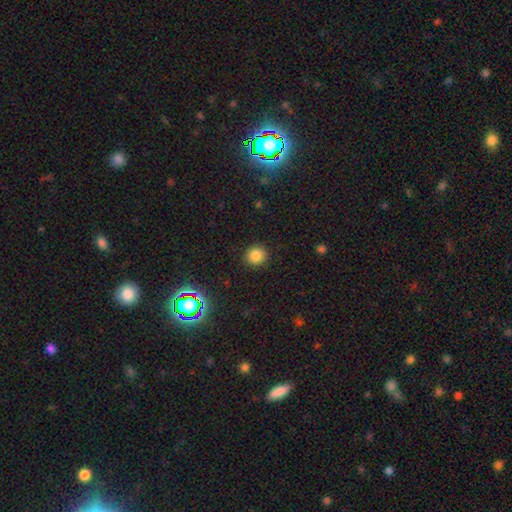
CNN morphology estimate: smooth-or-featured: smooth: 82% | star or artifact: 13% | featured or disk: 5%
  how-rounded: round: 88% | in between: 11% | cigar-shaped: 1%
  merging: none: 91% | minor disturbance: 6% | major disturbance: 2% | merger: 1%